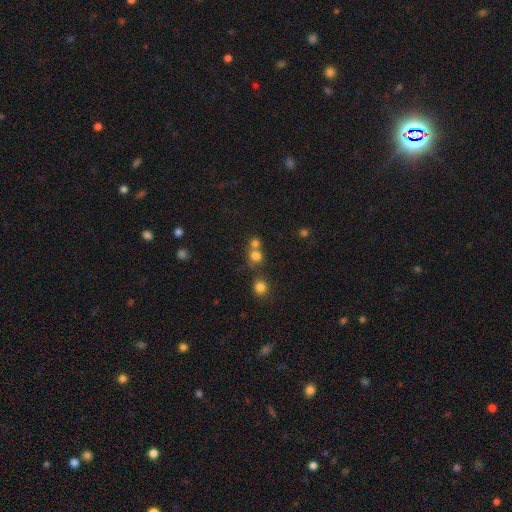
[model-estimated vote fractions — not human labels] Morphology: type=smooth (74%); roundness=round (81%); merging=none (48%).